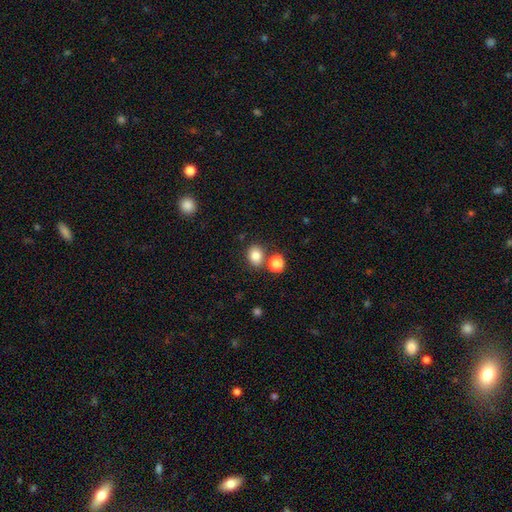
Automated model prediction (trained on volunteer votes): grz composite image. It shows a smooth galaxy with no disk features (82%) that is round (57%). Merging: none (72%).